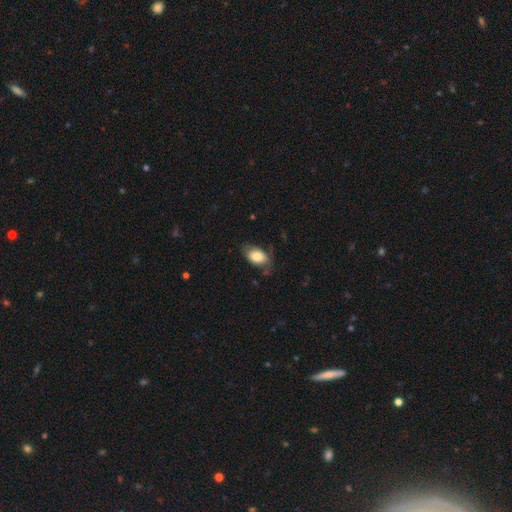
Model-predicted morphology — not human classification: The model was most divided on "merging": none: 60%, minor disturbance: 28%, major disturbance: 10%, merger: 2%. More confident: how rounded — in between (90%); smooth or featured — smooth (80%).